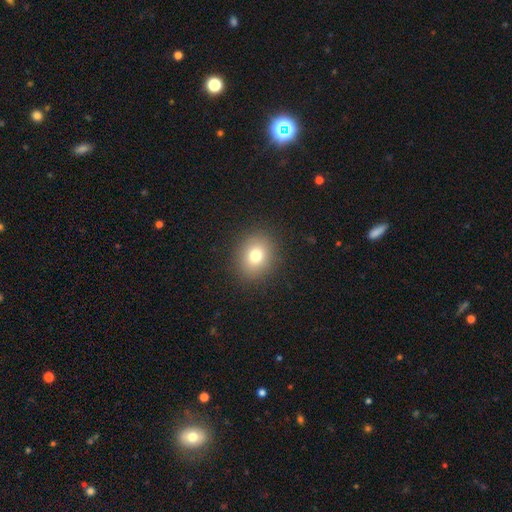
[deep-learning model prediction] Smooth or featured? Predicted: smooth (p=0.76). How rounded? Predicted: round (p=0.69). Merging? Predicted: none (p=0.90).